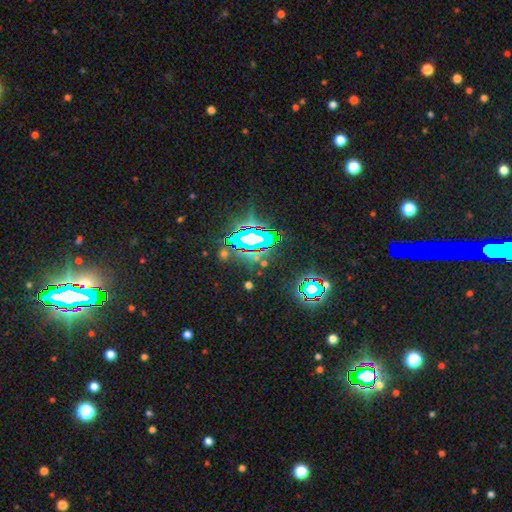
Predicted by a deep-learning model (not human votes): The model was most divided on "smooth or featured": star or artifact: 78%, smooth: 11%, featured or disk: 11%.